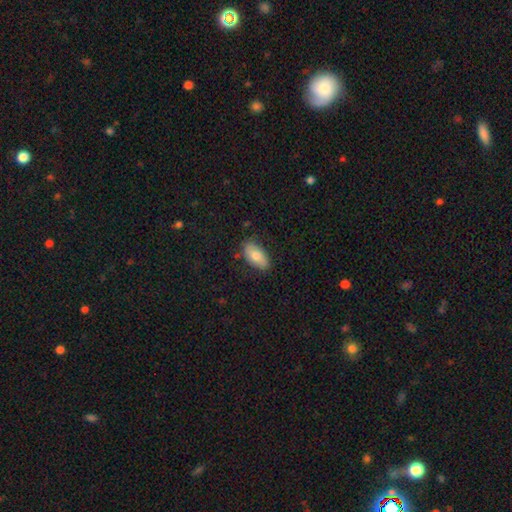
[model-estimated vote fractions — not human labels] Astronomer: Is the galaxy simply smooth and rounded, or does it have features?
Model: smooth — 76%.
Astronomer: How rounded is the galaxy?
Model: in between — 92%.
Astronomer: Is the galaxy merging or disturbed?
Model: none — 81%.